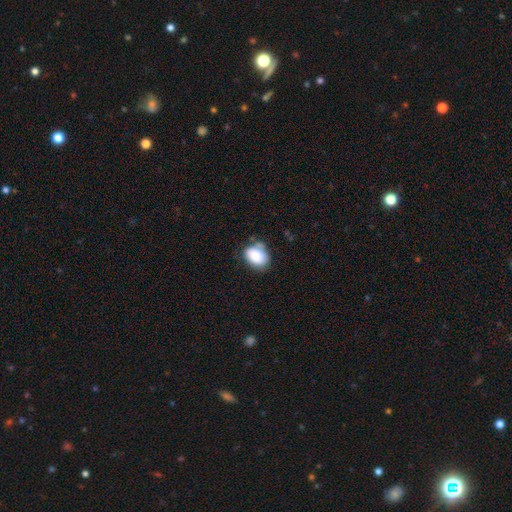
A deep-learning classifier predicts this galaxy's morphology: smooth 83%, featured or disk 9%, star or artifact 8%. Down the decision tree: how rounded — in between (74%); merging — none (55%).